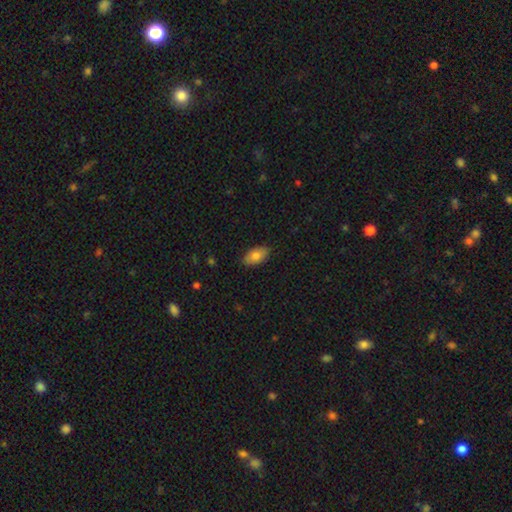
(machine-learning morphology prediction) Q: Smooth or featured?
A: smooth (80%); runner-up: featured or disk (14%)
Q: How rounded?
A: in between (93%); runner-up: round (4%)
Q: Merging?
A: none (88%); runner-up: minor disturbance (10%)